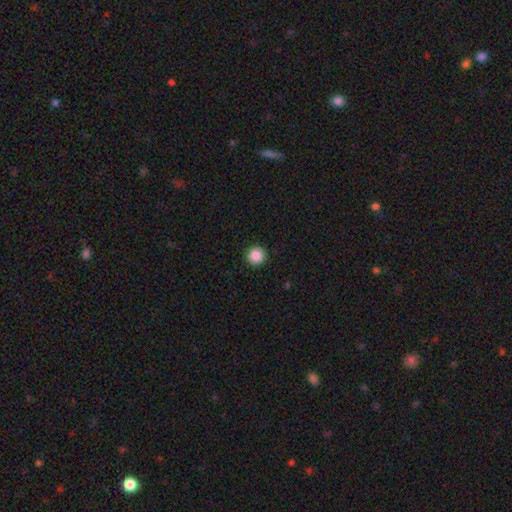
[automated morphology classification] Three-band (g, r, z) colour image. It shows a smooth galaxy with no disk features (87%) that is round (96%). Merging: none (93%).